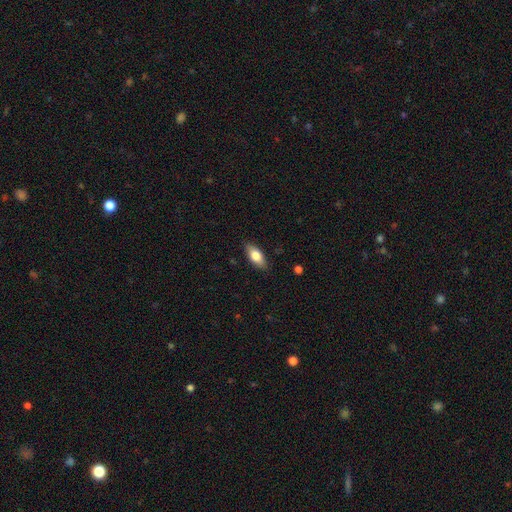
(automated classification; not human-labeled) A smooth galaxy with no disk features (77%) that is in between round and cigar-shaped (85%). Merging: none (86%).